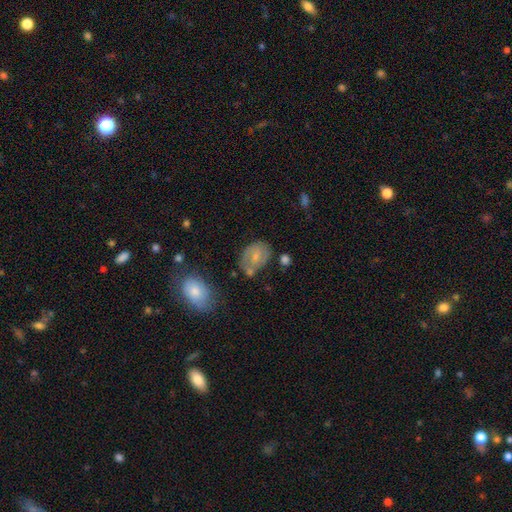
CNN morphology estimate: Smooth or featured: smooth — 54% (featured or disk — 38%)
How rounded: in between — 72% (round — 27%)
Merging: none — 51% (minor disturbance — 26%)